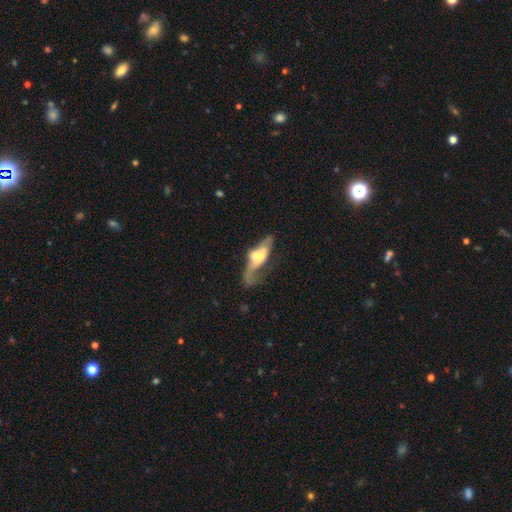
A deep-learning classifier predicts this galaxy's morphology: Smooth or featured? featured or disk (55%)
Edge-on disk? no (72%)
Merging? major disturbance (33%)